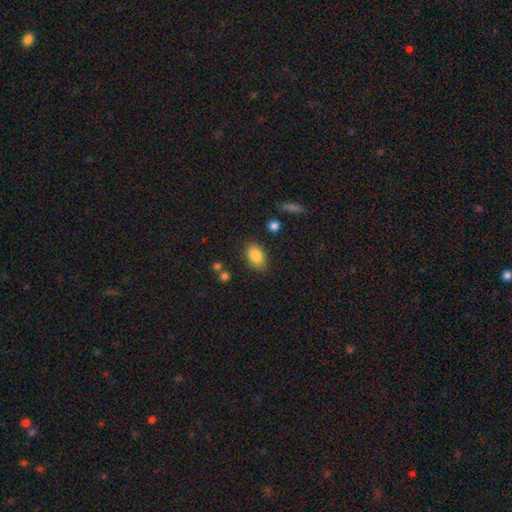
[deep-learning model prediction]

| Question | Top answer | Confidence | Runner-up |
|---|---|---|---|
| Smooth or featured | smooth | 86% | star or artifact (8%) |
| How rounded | in between | 88% | round (10%) |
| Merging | none | 81% | minor disturbance (13%) |